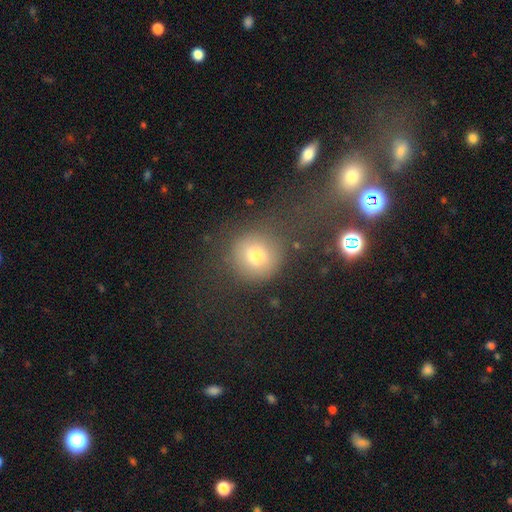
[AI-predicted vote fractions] smooth_or_featured: smooth (p=0.74) [alt: star or artifact p=0.14]
how_rounded: round (p=0.88) [alt: in between p=0.10]
merging: none (p=0.69) [alt: minor disturbance p=0.14]